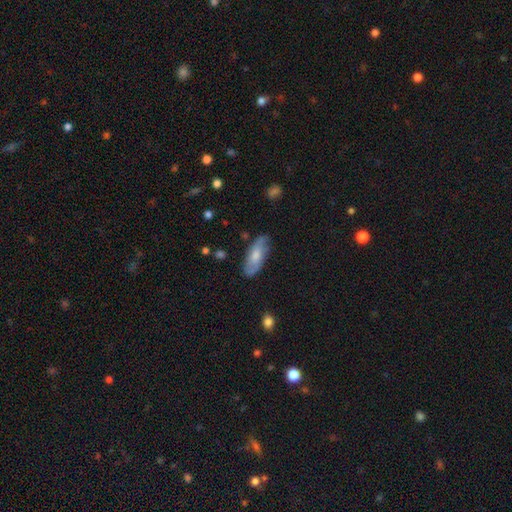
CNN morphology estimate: Q: Smooth or featured?
A: smooth (55%); runner-up: featured or disk (39%)
Q: How rounded?
A: in between (75%); runner-up: cigar-shaped (23%)
Q: Merging?
A: none (77%); runner-up: minor disturbance (18%)